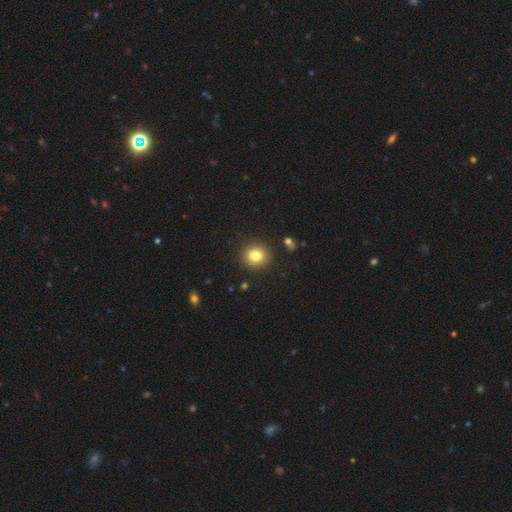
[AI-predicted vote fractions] Smooth or featured? Predicted: smooth (p=0.81). How rounded? Predicted: round (p=0.87). Merging? Predicted: none (p=0.90).